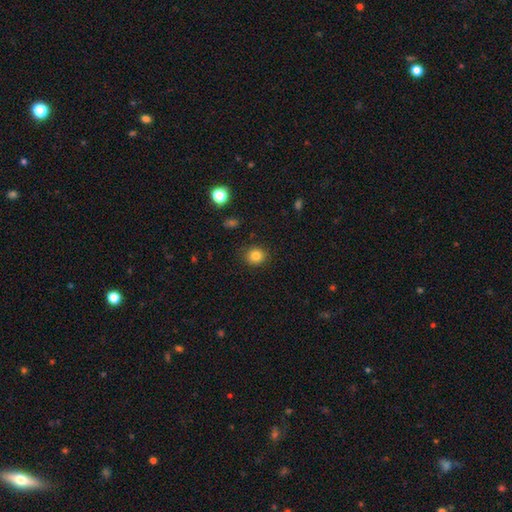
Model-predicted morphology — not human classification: This is clearly a smooth galaxy (83%). How rounded: clearly round (85%). Merging: clearly none (89%).